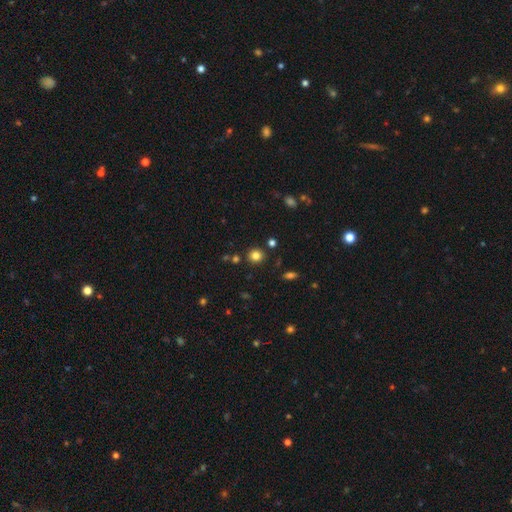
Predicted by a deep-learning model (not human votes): Smooth or featured?
  - smooth: 81% *
  - star or artifact: 13%
  - featured or disk: 6%
How rounded?
  - round: 87% *
  - in between: 12%
  - cigar-shaped: 1%
Merging?
  - none: 87% *
  - minor disturbance: 7%
  - merger: 4%
  - major disturbance: 2%